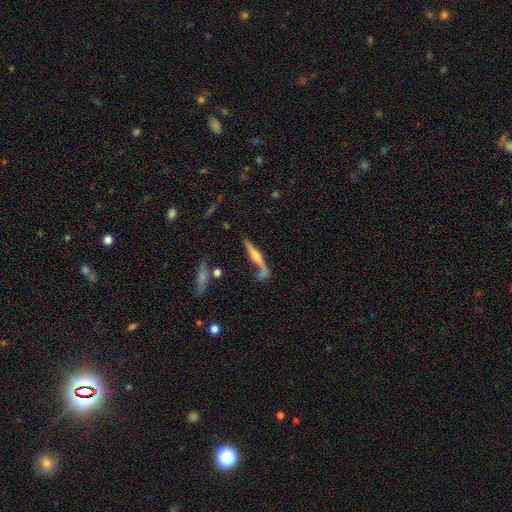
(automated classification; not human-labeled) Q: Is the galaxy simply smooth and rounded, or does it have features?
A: featured or disk — 70%.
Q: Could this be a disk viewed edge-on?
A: yes — 92%.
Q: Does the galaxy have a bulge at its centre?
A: rounded — 85%.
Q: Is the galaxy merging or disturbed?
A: none — 59%.